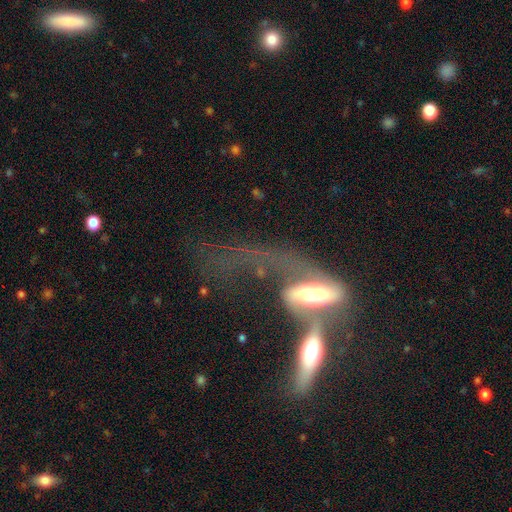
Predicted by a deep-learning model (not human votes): Morphology: type=featured or disk (62%); edge-on=no (55%); merging=merger (59%).